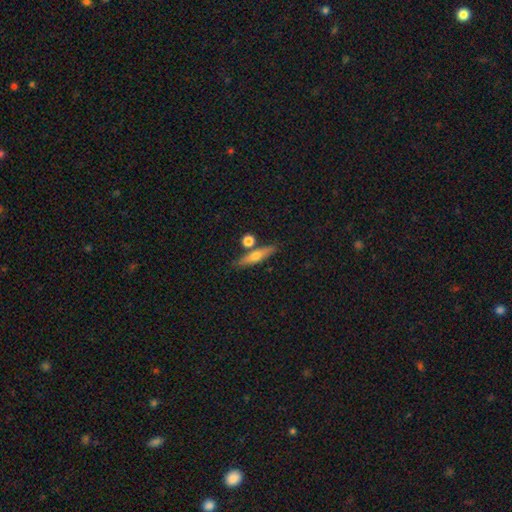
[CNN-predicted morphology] A smooth galaxy with no disk features (54%) that is cigar-shaped (77%).

Vote fractions:
- Smooth or featured? smooth: 54% / featured or disk: 39% / star or artifact: 7%
- How rounded? cigar-shaped: 77% / in between: 18% / round: 5%
- Merging? none: 72% / merger: 14% / minor disturbance: 11% / major disturbance: 3%